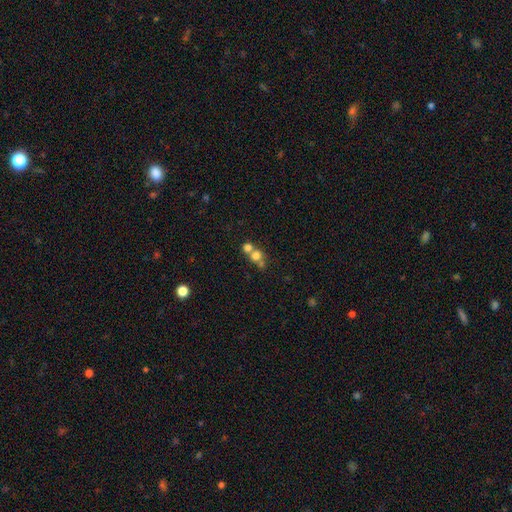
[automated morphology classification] Overall: smooth (69%). How rounded: round (79%). Merging: merger (61%; none 30%).